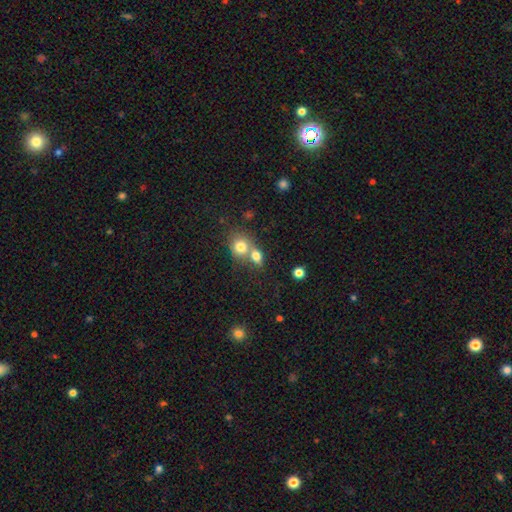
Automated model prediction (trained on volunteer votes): Smooth or featured? Predicted: smooth (p=0.77). How rounded? Predicted: round (p=0.49). Merging? Predicted: merger (p=0.56).